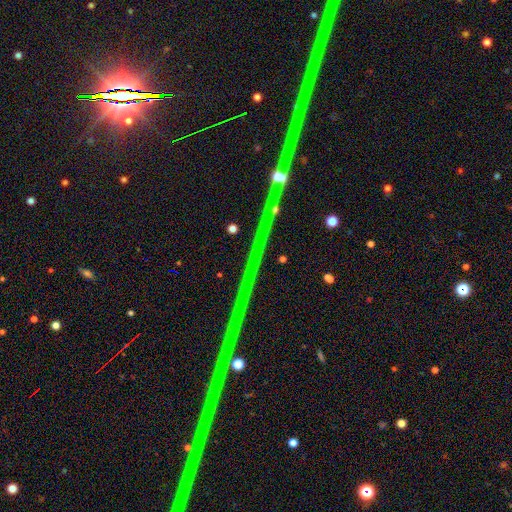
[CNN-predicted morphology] smooth_or_featured: star or artifact (p=0.86) [alt: featured or disk p=0.08]